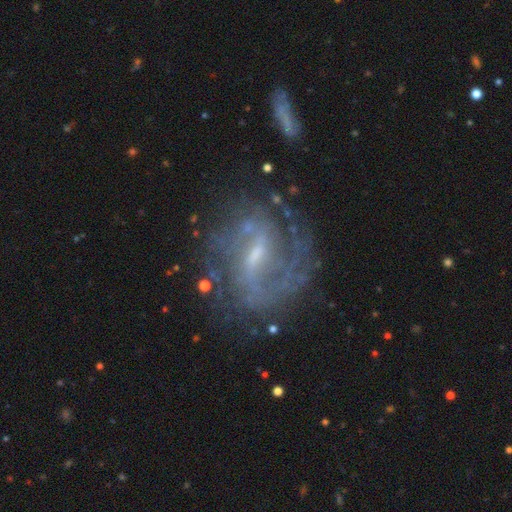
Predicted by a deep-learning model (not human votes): Smooth or featured: featured or disk — 83% (star or artifact — 9%)
Edge-on disk: no — 96% (yes — 4%)
Bar: weak — 54% (strong — 33%)
Spiral arms: yes — 89% (no — 11%)
Spiral winding: medium — 43% (tight — 30%)
Spiral arm count: 2 — 55% (can't tell — 24%)
Bulge size: small — 59% (moderate — 27%)
Merging: none — 67% (minor disturbance — 18%)